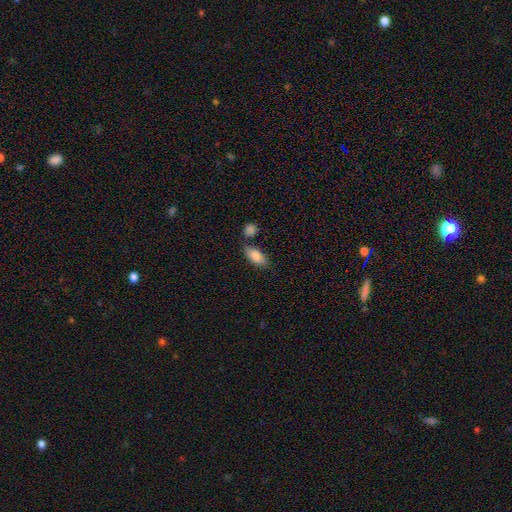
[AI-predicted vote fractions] Smooth or featured: smooth — 84% (featured or disk — 10%)
How rounded: in between — 88% (cigar-shaped — 9%)
Merging: none — 73% (minor disturbance — 13%)